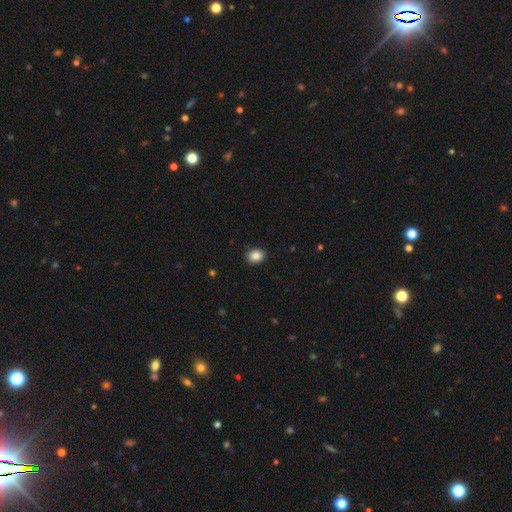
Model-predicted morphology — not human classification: Q: Smooth or featured?
A: smooth (87%); runner-up: star or artifact (9%)
Q: How rounded?
A: in between (51%); runner-up: round (49%)
Q: Merging?
A: none (90%); runner-up: minor disturbance (7%)